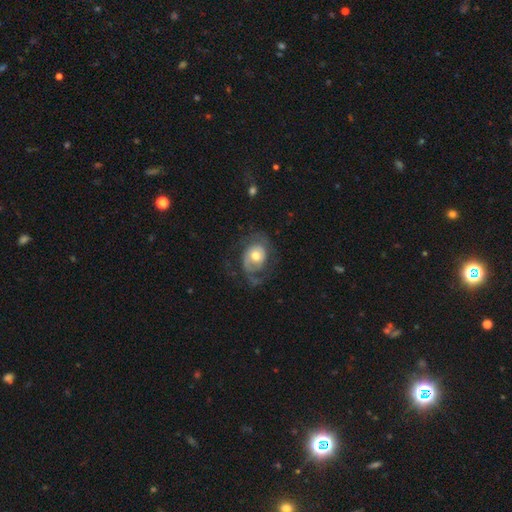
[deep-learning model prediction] Overall: featured or disk (66%; smooth 28%). Edge-on disk: no (96%). Bar: no (73%). Spiral arms: yes (77%). Bulge size: moderate (70%). Merging: none (55%; major disturbance 24%).